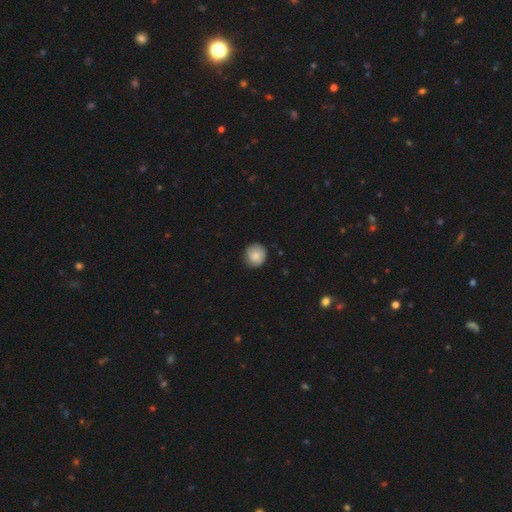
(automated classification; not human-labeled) Smooth or featured?
  - smooth: 78% *
  - featured or disk: 15%
  - star or artifact: 7%
How rounded?
  - round: 89% *
  - in between: 10%
  - cigar-shaped: 1%
Merging?
  - none: 79% *
  - minor disturbance: 17%
  - major disturbance: 3%
  - merger: 1%